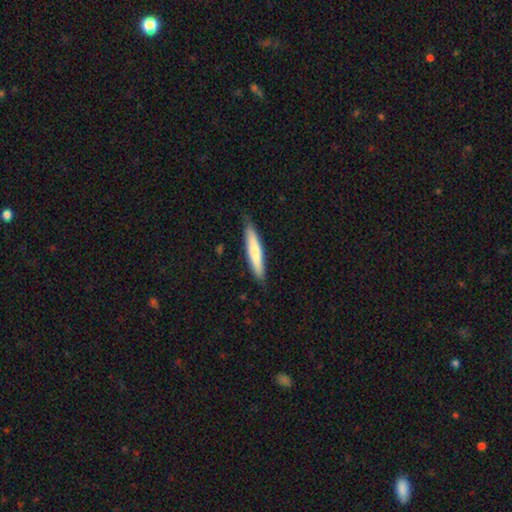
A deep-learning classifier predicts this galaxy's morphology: Smooth or featured? smooth (69%)
How rounded? cigar-shaped (88%)
Merging? none (84%)